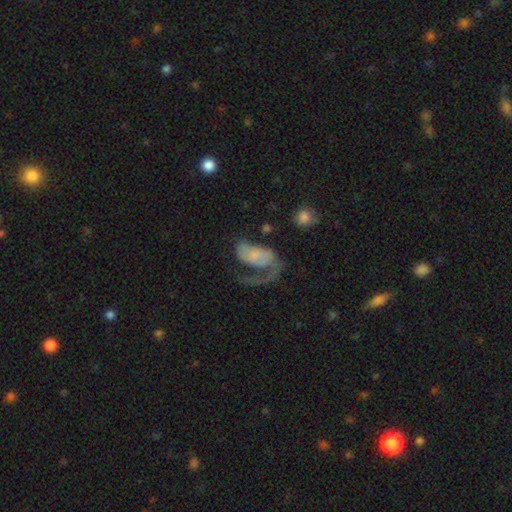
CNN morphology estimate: A featured or disk galaxy (65%) with no bar (71%), 1 (74%) loose (50%) spiral arms (80%) and a small central bulge (40%, tied with none).

Vote fractions:
- Smooth or featured? featured or disk: 65% / smooth: 27% / star or artifact: 8%
- Edge-on disk? no: 97% / yes: 3%
- Bar? no: 71% / weak: 22% / strong: 6%
- Spiral arms? yes: 80% / no: 20%
- Spiral winding? loose: 50% / medium: 32% / tight: 18%
- Spiral arm count? 1: 74% / 2: 17% / can't tell: 5% / 3: 1% / 4: 1% / more than 4: 1%
- Bulge size? small: 40% (tied) / none: 40% (tied) / moderate: 13% / large: 5% / dominant: 2%
- Merging? major disturbance: 54% / none: 26% / minor disturbance: 14% / merger: 6%